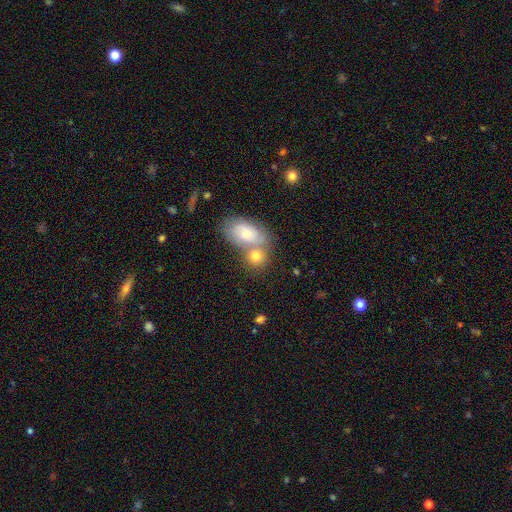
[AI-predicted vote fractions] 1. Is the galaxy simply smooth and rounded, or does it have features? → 74% smooth, 18% featured or disk, 8% star or artifact.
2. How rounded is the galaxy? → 58% round, 40% in between, 2% cigar-shaped.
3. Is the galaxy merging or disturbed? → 47% merger, 40% none, 10% minor disturbance, 4% major disturbance.